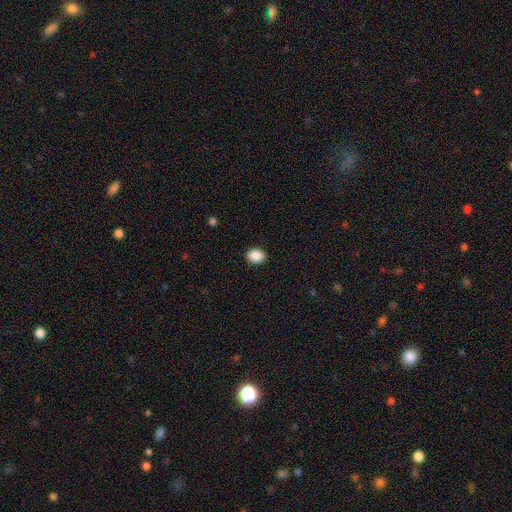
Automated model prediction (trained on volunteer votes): Smooth or featured? smooth (90%)
How rounded? in between (67%)
Merging? none (90%)